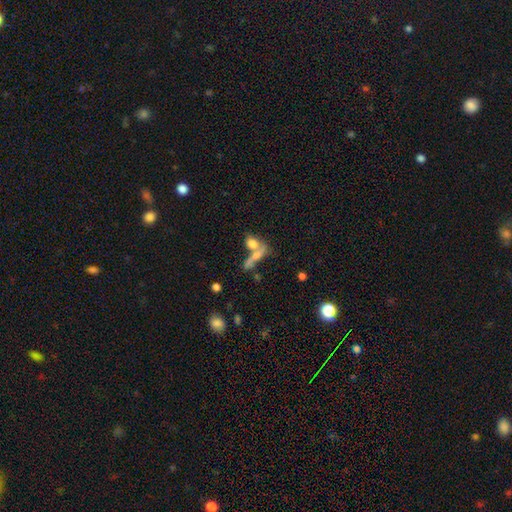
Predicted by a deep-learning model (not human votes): smooth_or_featured: smooth (p=0.52) [alt: featured or disk p=0.34]
how_rounded: cigar-shaped (p=0.47) [alt: in between p=0.36]
merging: merger (p=0.44) [alt: none p=0.38]